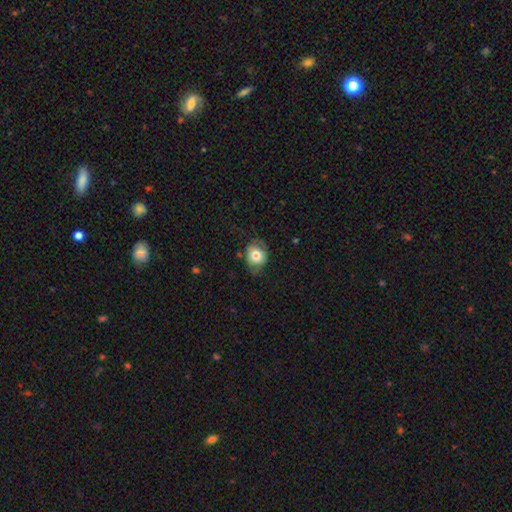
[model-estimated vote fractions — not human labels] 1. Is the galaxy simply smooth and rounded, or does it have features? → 70% smooth, 22% featured or disk, 8% star or artifact.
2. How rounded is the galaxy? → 52% round, 46% in between, 1% cigar-shaped.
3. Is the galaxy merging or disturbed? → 66% none, 24% minor disturbance, 8% major disturbance, 1% merger.